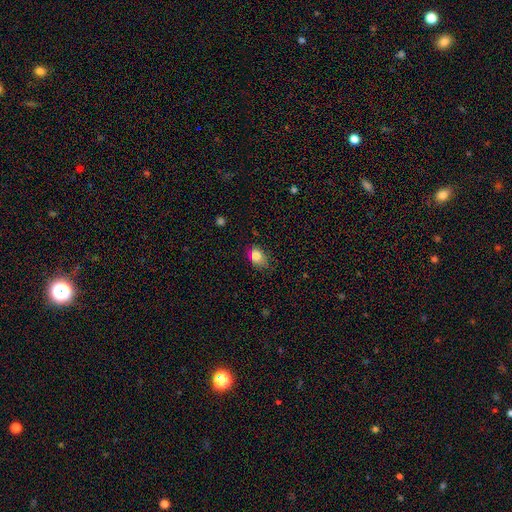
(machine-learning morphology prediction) This is clearly a smooth galaxy (83%). How rounded: likely in between (73%). Merging: likely none (66%).